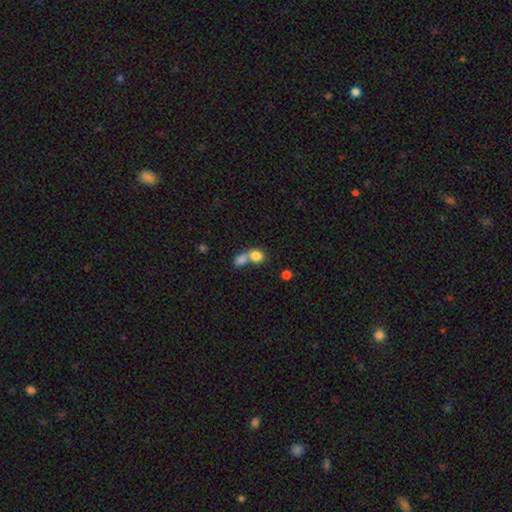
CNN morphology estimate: smooth-or-featured: smooth: 81% | featured or disk: 9% | star or artifact: 9%
  how-rounded: round: 65% | in between: 33% | cigar-shaped: 1%
  merging: merger: 62% | none: 29% | minor disturbance: 6% | major disturbance: 4%